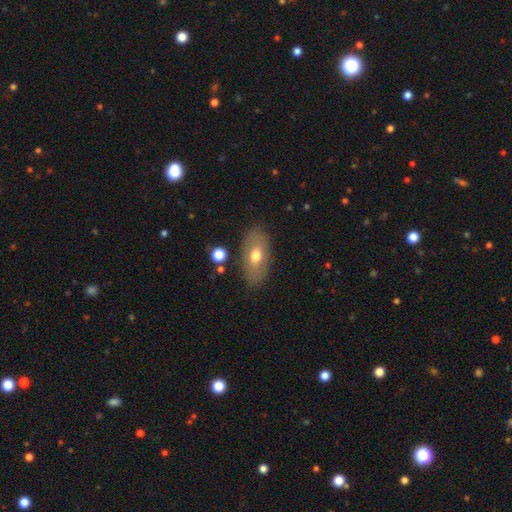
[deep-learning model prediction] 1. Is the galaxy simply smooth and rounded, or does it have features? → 64% smooth, 29% featured or disk, 7% star or artifact.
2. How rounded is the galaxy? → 91% in between, 6% round, 4% cigar-shaped.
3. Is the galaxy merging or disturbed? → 83% none, 12% minor disturbance, 3% major disturbance, 2% merger.